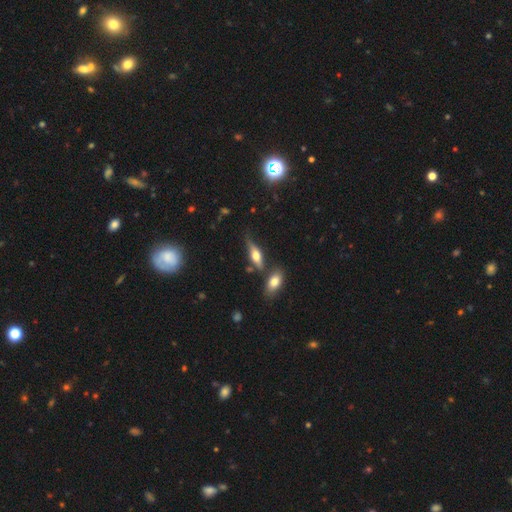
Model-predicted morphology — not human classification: featured or disk 49%, smooth 43%, star or artifact 9%. Down the decision tree: merging — none (62%).